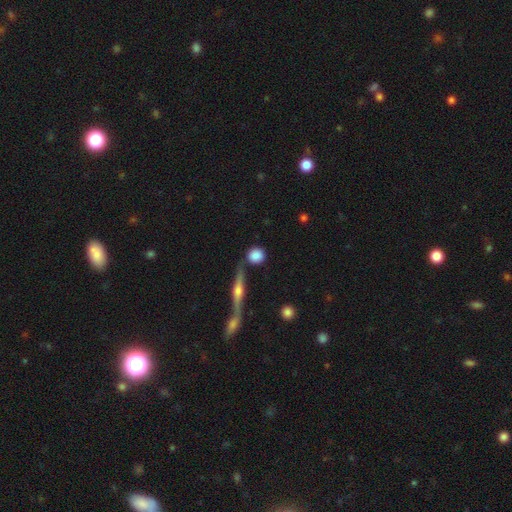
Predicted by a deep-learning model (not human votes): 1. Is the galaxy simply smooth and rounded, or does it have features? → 81% smooth, 12% featured or disk, 7% star or artifact.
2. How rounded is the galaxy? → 84% round, 12% in between, 4% cigar-shaped.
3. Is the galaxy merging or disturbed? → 74% none, 12% minor disturbance, 10% merger, 4% major disturbance.